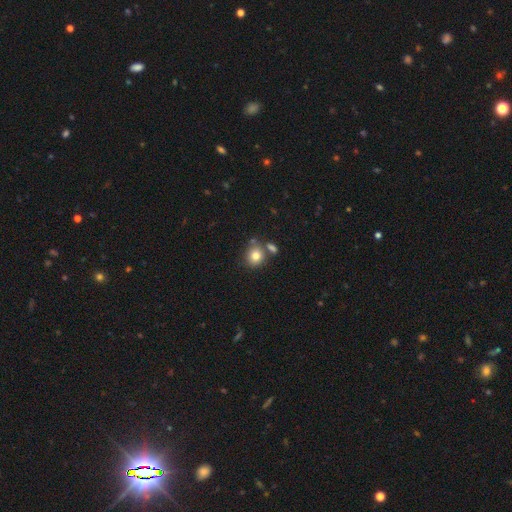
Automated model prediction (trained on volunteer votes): Morphology: type=smooth (80%); roundness=round (71%); merging=none (63%).